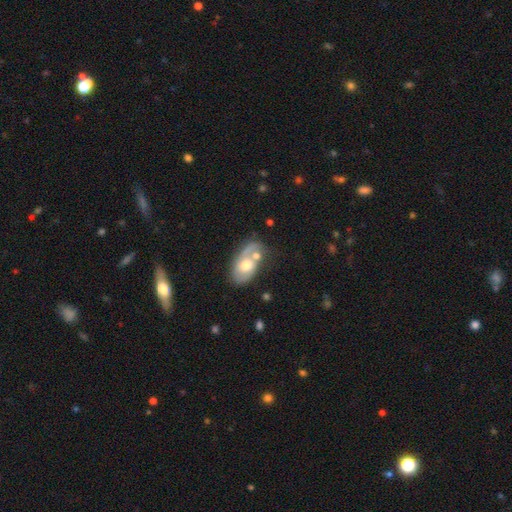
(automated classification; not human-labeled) Smooth or featured?
  - featured or disk: 49% *
  - smooth: 44%
  - star or artifact: 7%
Merging?
  - merger: 36% * (tied)
  - none: 36% * (tied)
  - minor disturbance: 18%
  - major disturbance: 11%